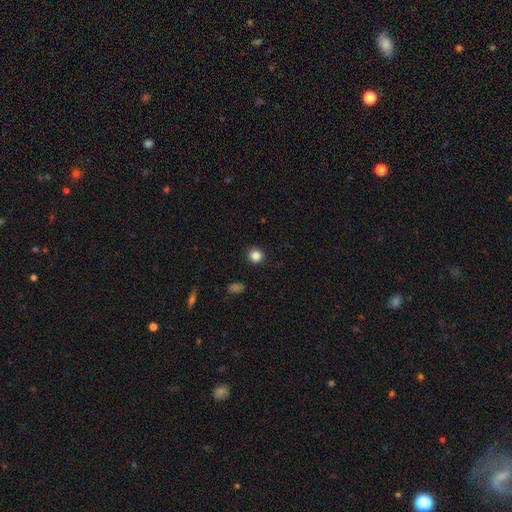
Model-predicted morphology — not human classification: A smooth galaxy with no disk features (84%) that is round (92%). Merging: none (92%).